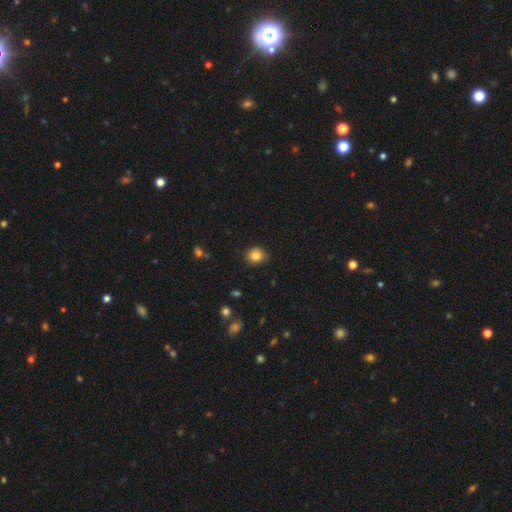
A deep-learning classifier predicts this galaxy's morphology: smooth 83%, star or artifact 10%, featured or disk 7%. Down the decision tree: how rounded — round (78%); merging — none (86%).